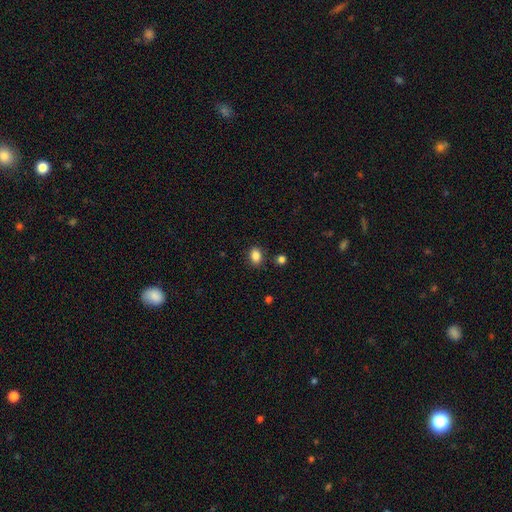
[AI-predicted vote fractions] A smooth galaxy with no disk features (86%) that is in between round and cigar-shaped (71%).

Vote fractions:
- Smooth or featured? smooth: 86% / star or artifact: 10% / featured or disk: 4%
- How rounded? in between: 71% / round: 28% / cigar-shaped: 1%
- Merging? none: 84% / minor disturbance: 10% / merger: 3% / major disturbance: 3%